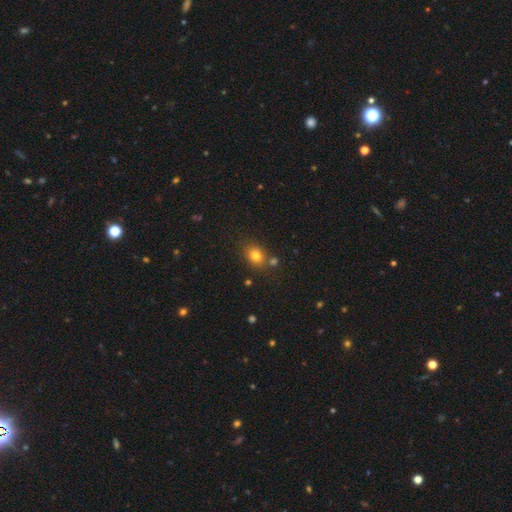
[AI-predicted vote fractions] Smooth or featured? Predicted: smooth (p=0.78). How rounded? Predicted: round (p=0.58). Merging? Predicted: none (p=0.70).